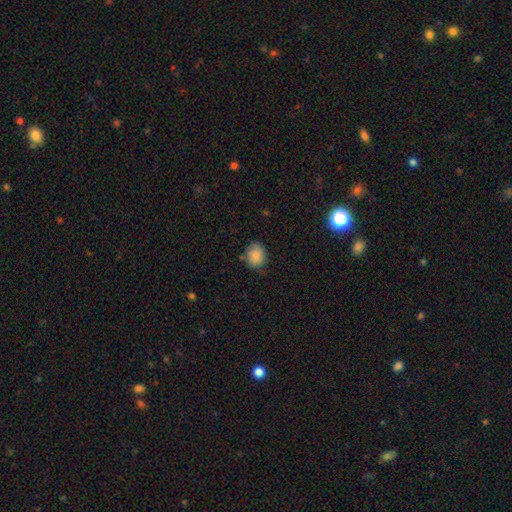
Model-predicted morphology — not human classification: Smooth or featured? smooth (85%)
How rounded? round (59%)
Merging? none (72%)